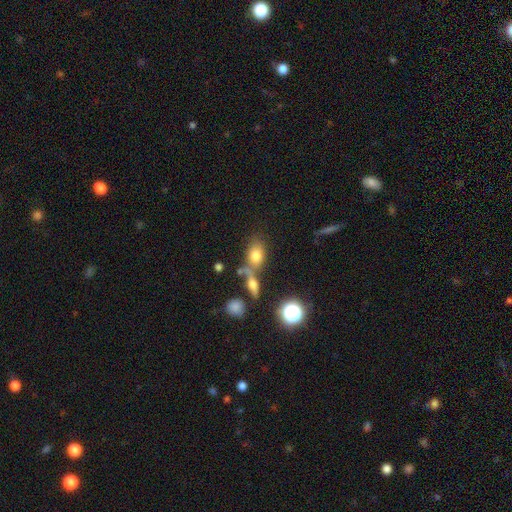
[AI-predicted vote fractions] Smooth or featured: smooth — 73% (featured or disk — 15%)
How rounded: in between — 77% (round — 20%)
Merging: none — 50% (merger — 31%)